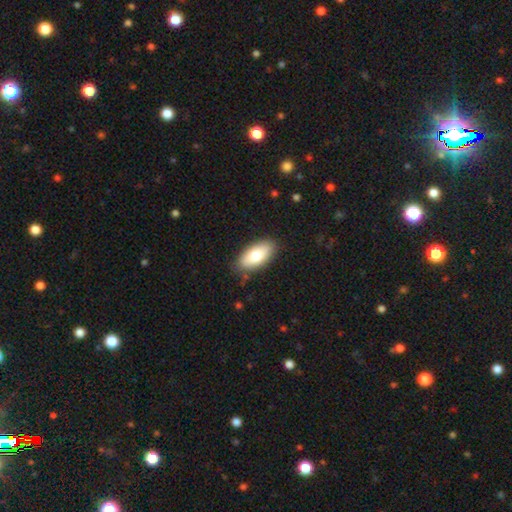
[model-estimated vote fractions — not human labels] Smooth or featured: smooth — 76% (featured or disk — 18%)
How rounded: in between — 89% (cigar-shaped — 8%)
Merging: none — 86% (minor disturbance — 11%)